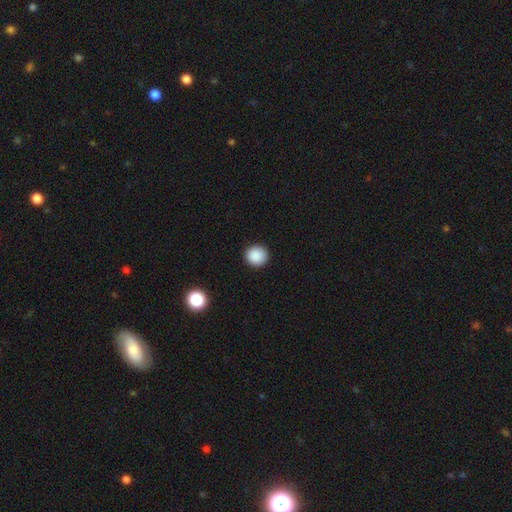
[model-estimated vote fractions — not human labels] A smooth galaxy with no disk features (88%) that is round (93%). Merging: none (92%).